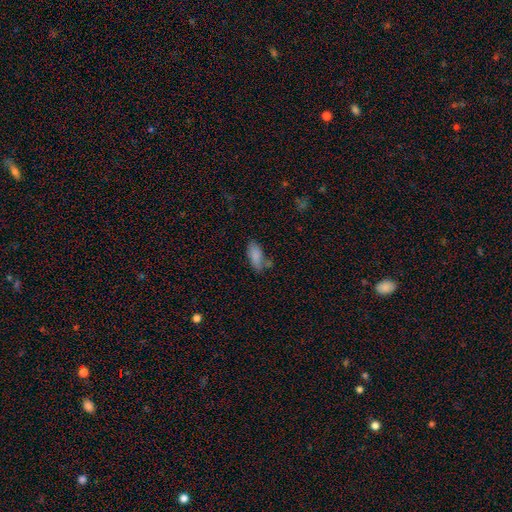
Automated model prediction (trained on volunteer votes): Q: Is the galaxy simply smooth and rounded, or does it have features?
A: smooth — 83%.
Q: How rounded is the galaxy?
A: in between — 87%.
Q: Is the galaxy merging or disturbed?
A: none — 51%.